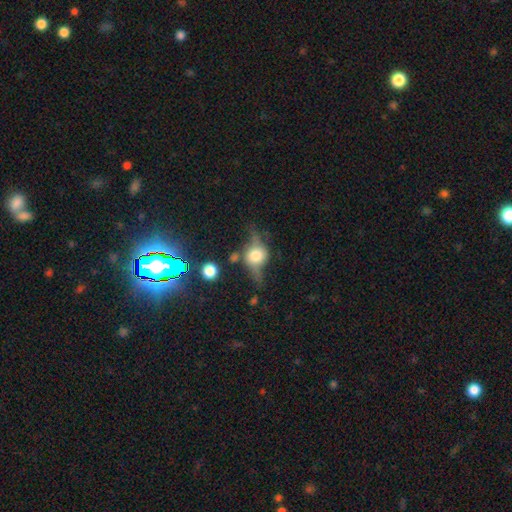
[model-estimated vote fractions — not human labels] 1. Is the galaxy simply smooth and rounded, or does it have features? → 57% featured or disk, 34% smooth, 10% star or artifact.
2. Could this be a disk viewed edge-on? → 73% yes, 27% no.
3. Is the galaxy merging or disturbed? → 51% none, 27% minor disturbance, 17% major disturbance, 6% merger.